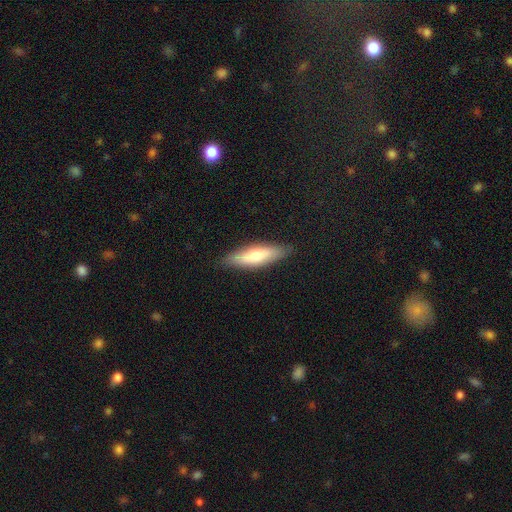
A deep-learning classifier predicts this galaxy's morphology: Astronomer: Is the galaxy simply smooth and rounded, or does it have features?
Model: smooth — 67%.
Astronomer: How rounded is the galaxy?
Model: cigar-shaped — 62%.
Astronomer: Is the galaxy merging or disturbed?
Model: none — 85%.